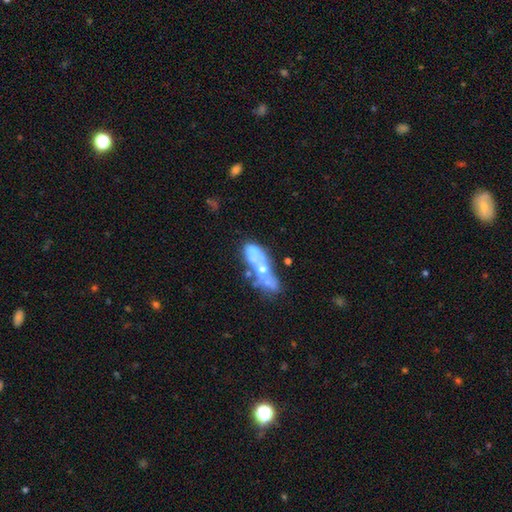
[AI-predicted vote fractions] Smooth or featured? Predicted: featured or disk (p=0.58). Edge-on disk? Predicted: no (p=0.91). Bar? Predicted: no (p=0.93). Spiral arms? Predicted: no (p=0.95). Bulge size? Predicted: moderate (p=0.39). Merging? Predicted: merger (p=0.43).